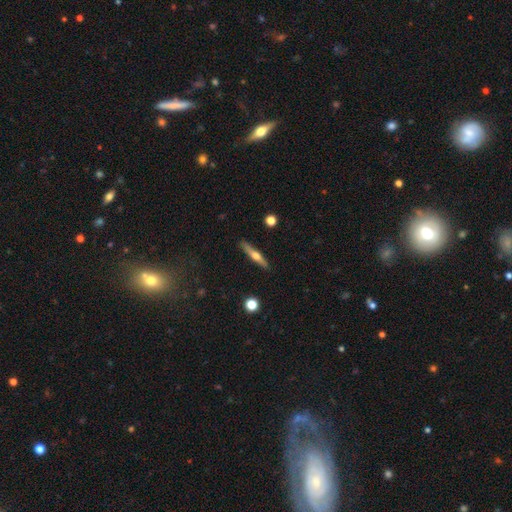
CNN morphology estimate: Smooth or featured? featured or disk (59%)
Edge-on disk? yes (96%)
Edge-on bulge? rounded (92%)
Merging? none (90%)